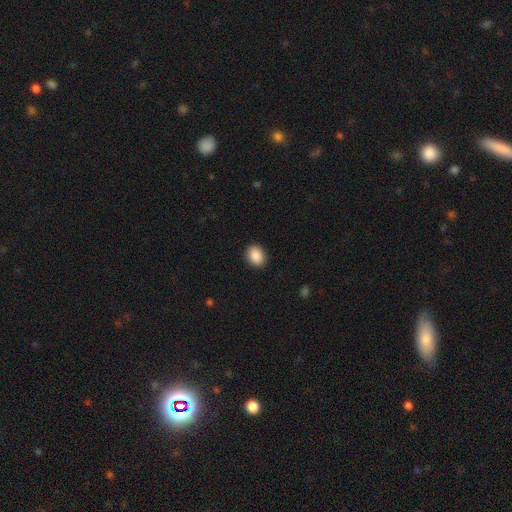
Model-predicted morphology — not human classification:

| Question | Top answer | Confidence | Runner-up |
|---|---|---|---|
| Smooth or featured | smooth | 89% | star or artifact (8%) |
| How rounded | in between | 51% | round (48%) |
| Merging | none | 90% | minor disturbance (7%) |